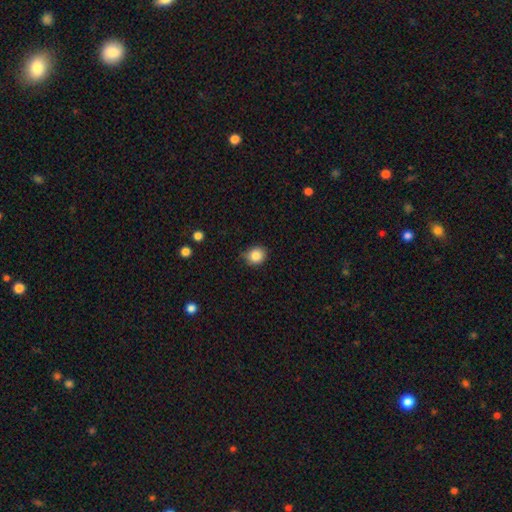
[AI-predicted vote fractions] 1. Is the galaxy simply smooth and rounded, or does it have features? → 85% smooth, 10% star or artifact, 5% featured or disk.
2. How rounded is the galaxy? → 77% round, 22% in between, 1% cigar-shaped.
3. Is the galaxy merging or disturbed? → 75% none, 21% minor disturbance, 3% major disturbance, 2% merger.